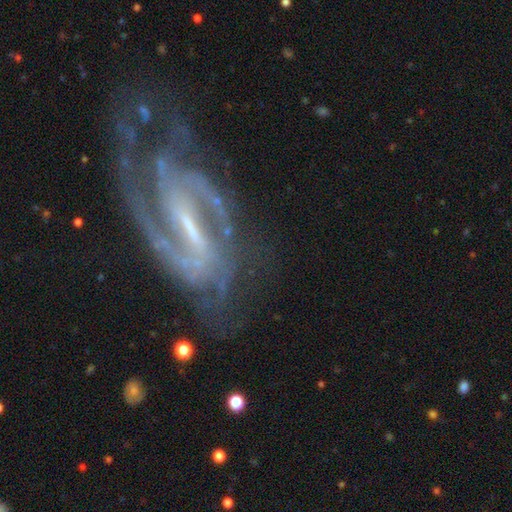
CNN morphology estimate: Q: Smooth or featured?
A: featured or disk (91%); runner-up: star or artifact (6%)
Q: Edge-on disk?
A: no (96%); runner-up: yes (4%)
Q: Bar?
A: strong (54%); runner-up: weak (35%)
Q: Spiral arms?
A: yes (98%); runner-up: no (2%)
Q: Spiral winding?
A: medium (48%); runner-up: tight (40%)
Q: Spiral arm count?
A: 2 (67%); runner-up: 3 (11%)
Q: Bulge size?
A: small (62%); runner-up: none (18%)
Q: Merging?
A: none (61%); runner-up: minor disturbance (20%)